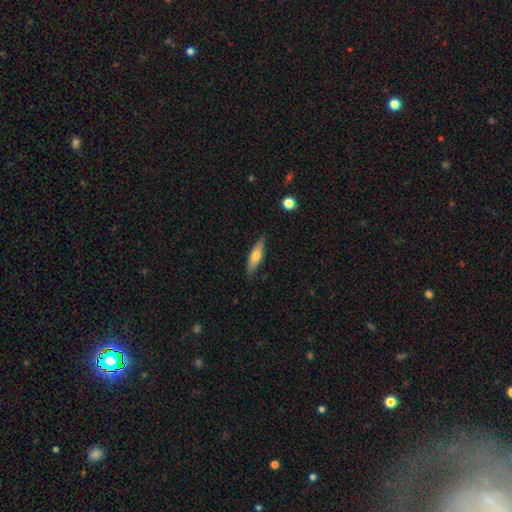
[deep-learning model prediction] This is likely a smooth galaxy (63%). How rounded: possibly cigar-shaped (59%). Merging: clearly none (84%).